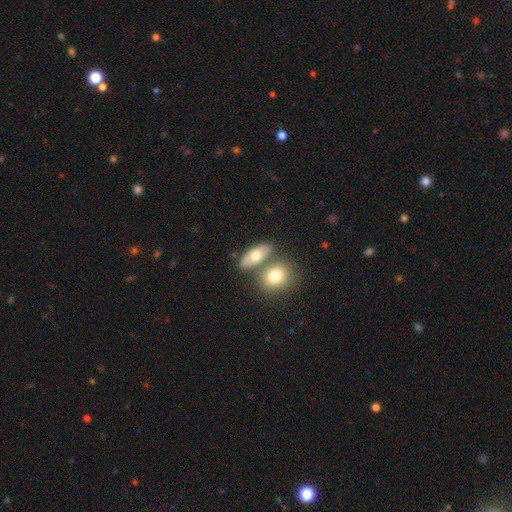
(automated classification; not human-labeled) Smooth or featured: smooth — 68% (featured or disk — 26%)
How rounded: in between — 80% (round — 11%)
Merging: none — 57% (merger — 30%)